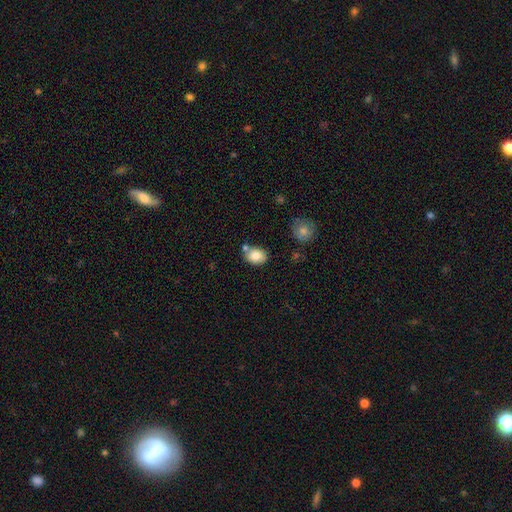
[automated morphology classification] Smooth or featured? Predicted: smooth (p=0.82). How rounded? Predicted: in between (p=0.61). Merging? Predicted: none (p=0.67).